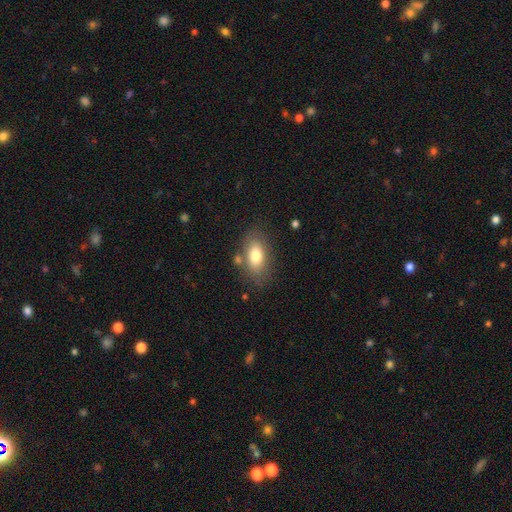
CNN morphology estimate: Q: Smooth or featured?
A: smooth (78%); runner-up: featured or disk (15%)
Q: How rounded?
A: in between (89%); runner-up: round (7%)
Q: Merging?
A: none (75%); runner-up: minor disturbance (14%)